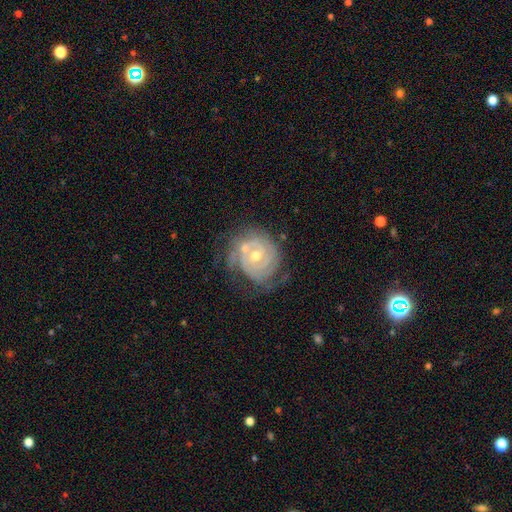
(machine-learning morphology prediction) This is clearly a featured or disk galaxy (87%). It is clearly not viewed edge-on (98%). Bar: likely no (68%). Spiral arm pattern: clearly yes (96%). Spiral arm count: marginally 3 (28%). Spiral winding: likely tight (79%). Central bulge: possibly moderate (53%). Merging: likely none (61%).